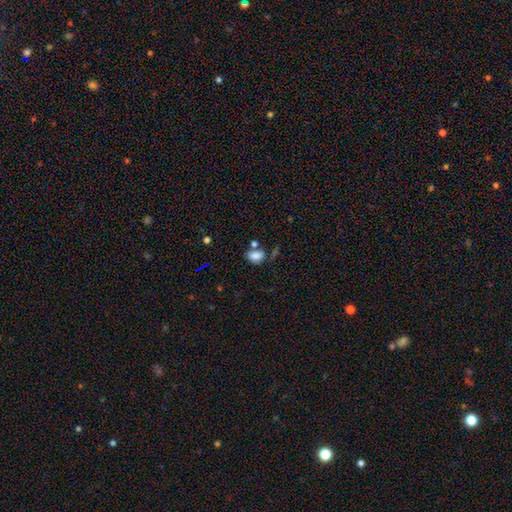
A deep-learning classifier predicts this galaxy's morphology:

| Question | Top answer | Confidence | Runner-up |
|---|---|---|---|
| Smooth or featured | smooth | 79% | star or artifact (11%) |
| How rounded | in between | 81% | round (17%) |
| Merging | none | 47% | merger (22%) |